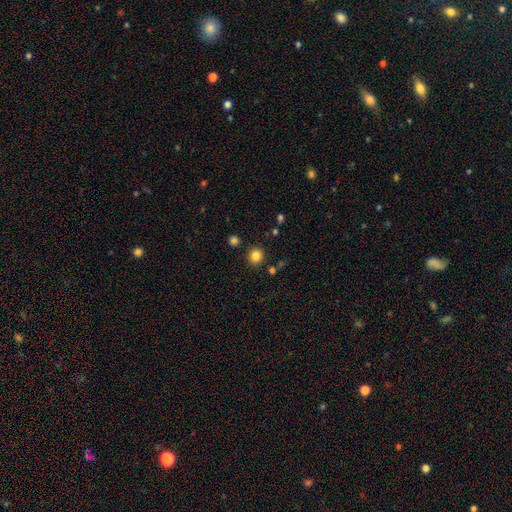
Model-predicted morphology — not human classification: Q: Smooth or featured?
A: smooth (83%); runner-up: star or artifact (12%)
Q: How rounded?
A: round (91%); runner-up: in between (9%)
Q: Merging?
A: none (89%); runner-up: minor disturbance (6%)